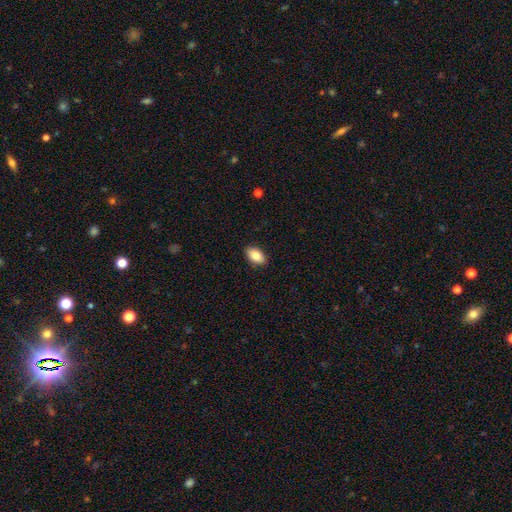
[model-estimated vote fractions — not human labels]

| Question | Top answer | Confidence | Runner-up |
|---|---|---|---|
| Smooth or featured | smooth | 85% | featured or disk (8%) |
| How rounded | in between | 93% | round (5%) |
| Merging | none | 89% | minor disturbance (8%) |